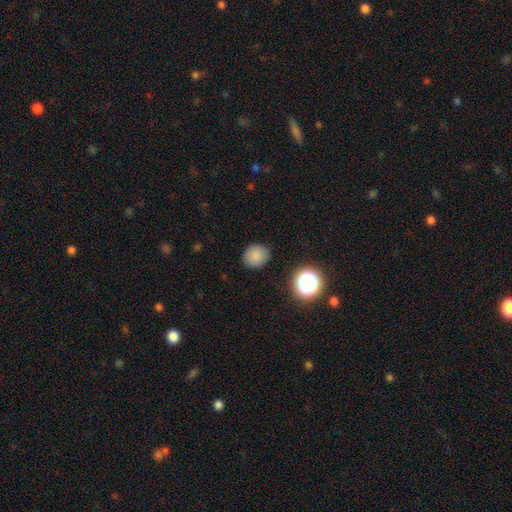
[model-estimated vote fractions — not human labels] A smooth galaxy with no disk features (83%) that is round (82%). Merging: none (87%).